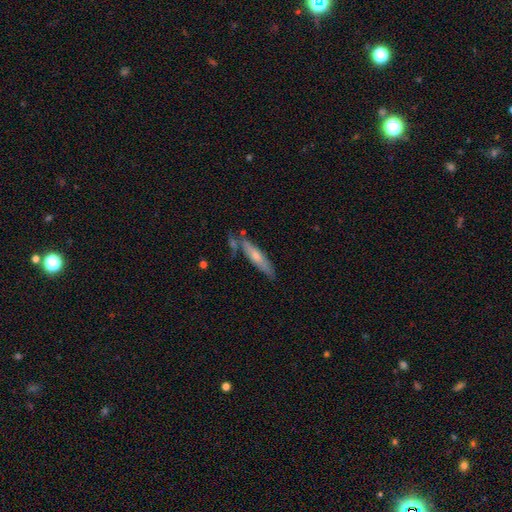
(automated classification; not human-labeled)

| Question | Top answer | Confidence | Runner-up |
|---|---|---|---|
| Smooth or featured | smooth | 54% | featured or disk (40%) |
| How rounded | cigar-shaped | 81% | in between (18%) |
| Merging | none | 66% | minor disturbance (19%) |